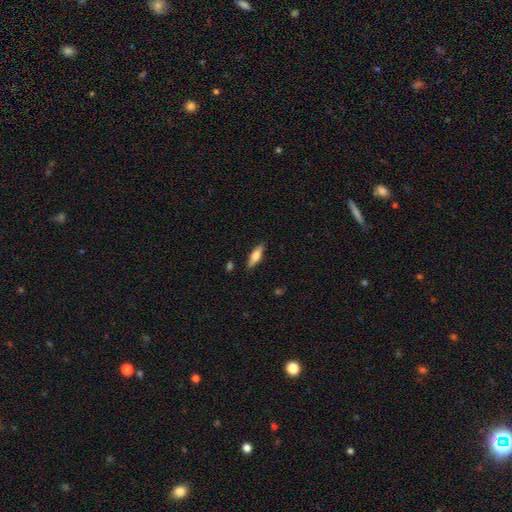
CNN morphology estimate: The model was most divided on "how rounded": in between: 56%, cigar-shaped: 42%, round: 2%. More confident: merging — none (86%); smooth or featured — smooth (71%).